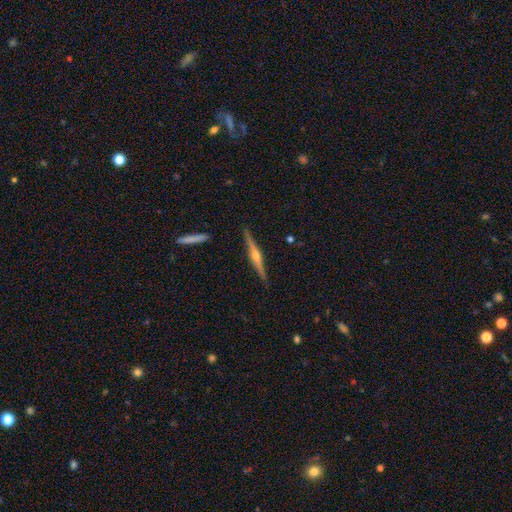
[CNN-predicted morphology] A featured or disk galaxy (82%) viewed edge-on (98%) with a rounded central bulge (90%). Merging: none (90%).